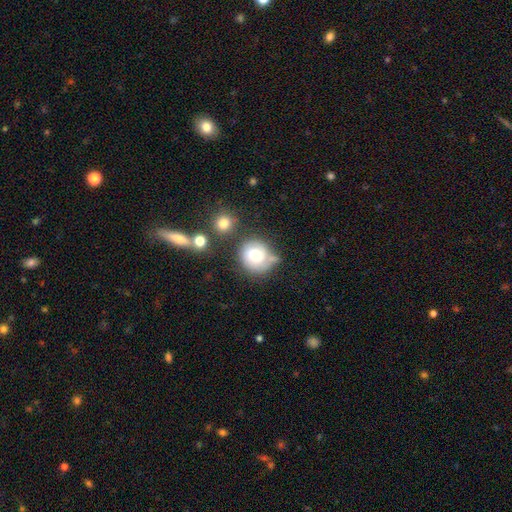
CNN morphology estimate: smooth 62%, featured or disk 29%, star or artifact 9%. Down the decision tree: how rounded — round (83%); merging — none (48%).